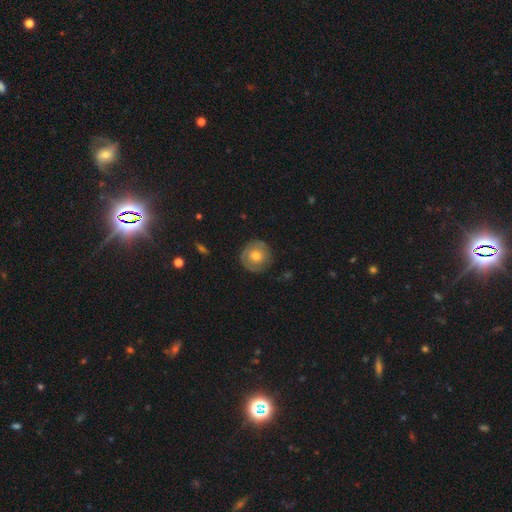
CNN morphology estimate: smooth-or-featured: smooth: 57% | featured or disk: 36% | star or artifact: 7%
  how-rounded: round: 93% | in between: 6% | cigar-shaped: 1%
  merging: none: 83% | minor disturbance: 12% | major disturbance: 3% | merger: 1%